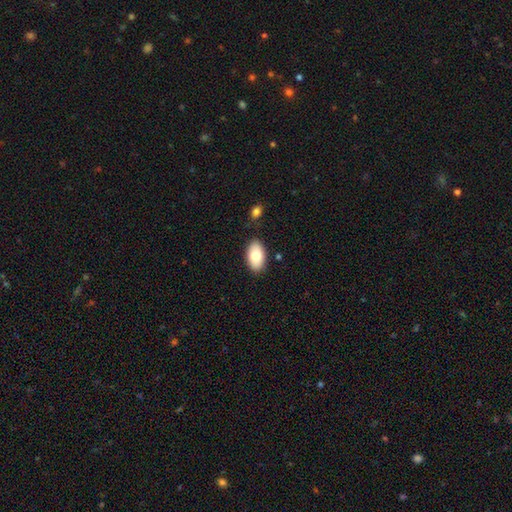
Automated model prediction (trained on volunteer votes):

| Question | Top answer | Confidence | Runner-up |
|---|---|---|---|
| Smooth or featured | smooth | 82% | featured or disk (12%) |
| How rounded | in between | 94% | round (4%) |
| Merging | none | 84% | minor disturbance (11%) |